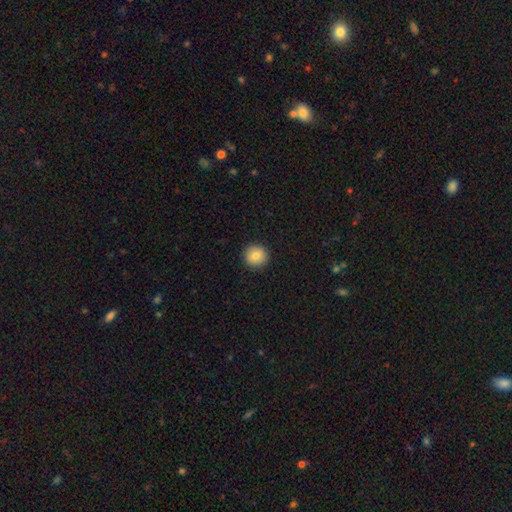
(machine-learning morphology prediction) This appears to be a smooth galaxy with no disk features (83%) that is round (93%). Merging: none (92%).